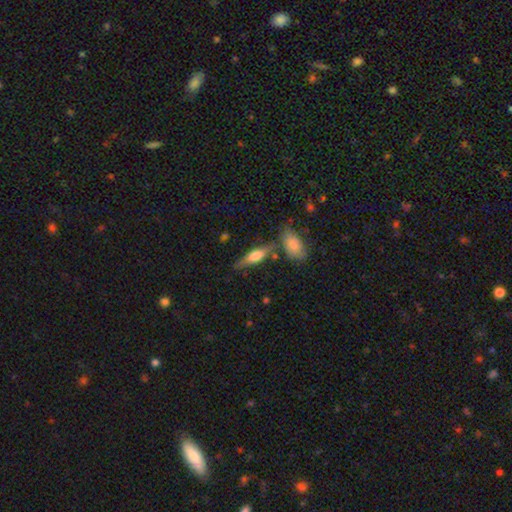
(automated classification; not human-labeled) Overall: featured or disk (48%; smooth 45%). Merging: none (71%).